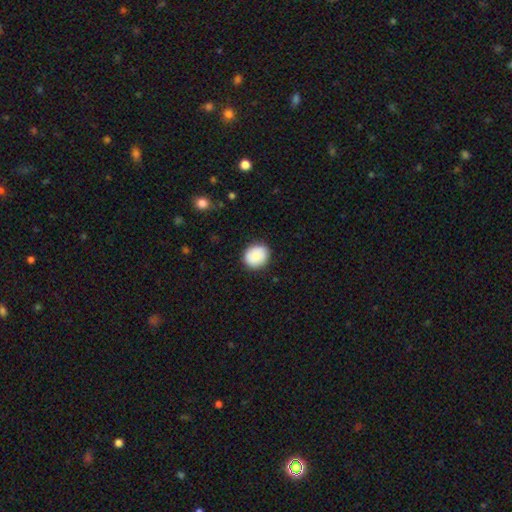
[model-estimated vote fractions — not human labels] A smooth galaxy with no disk features (87%) that is round (73%). Merging: none (87%).